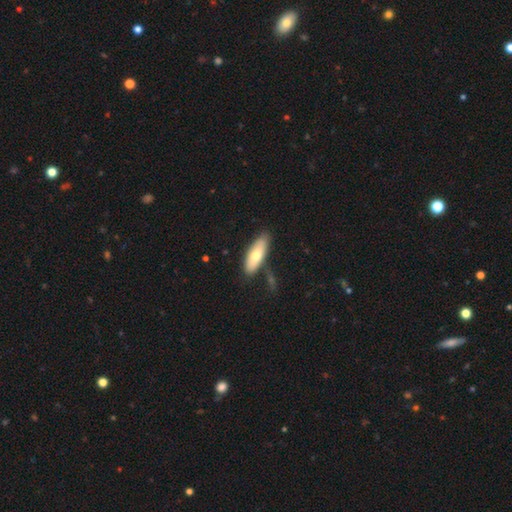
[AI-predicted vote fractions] Smooth or featured? Predicted: smooth (p=0.69). How rounded? Predicted: in between (p=0.64). Merging? Predicted: none (p=0.74).